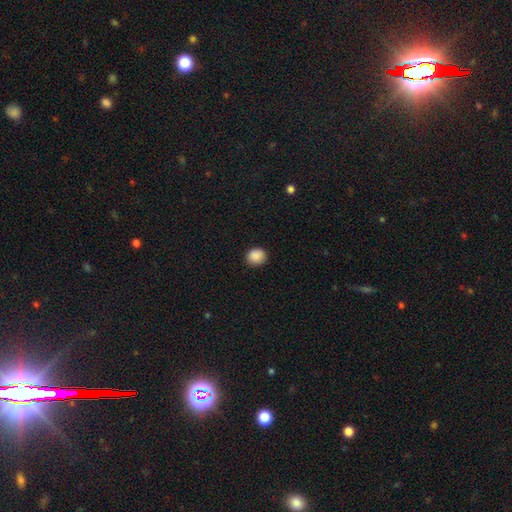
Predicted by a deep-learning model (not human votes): smooth-or-featured: smooth: 89% | star or artifact: 9% | featured or disk: 2%
  how-rounded: round: 76% | in between: 23% | cigar-shaped: 1%
  merging: none: 88% | minor disturbance: 9% | major disturbance: 2% | merger: 1%